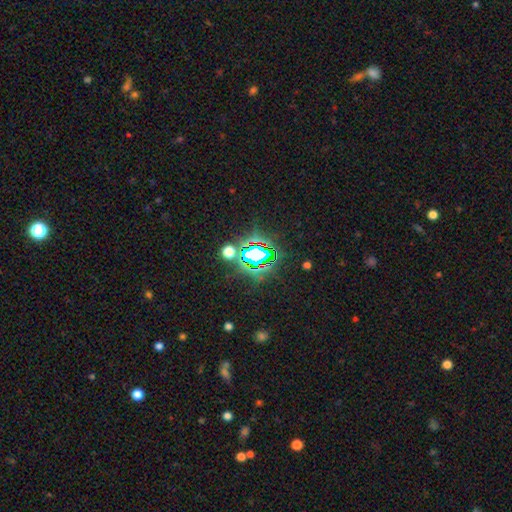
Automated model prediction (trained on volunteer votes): Morphology: type=star or artifact (73%).